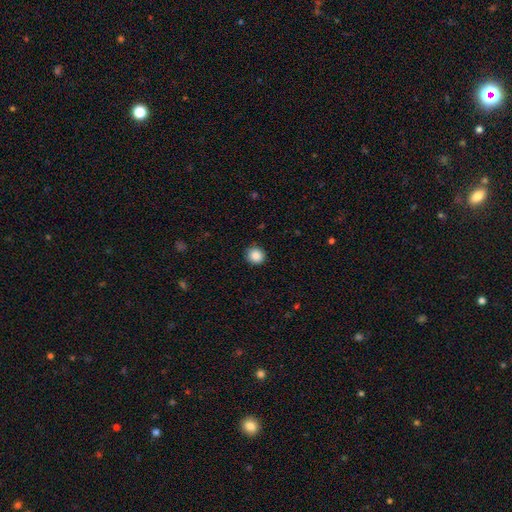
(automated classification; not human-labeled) Smooth or featured: smooth — 87% (star or artifact — 9%)
How rounded: round — 91% (in between — 8%)
Merging: none — 90% (minor disturbance — 7%)